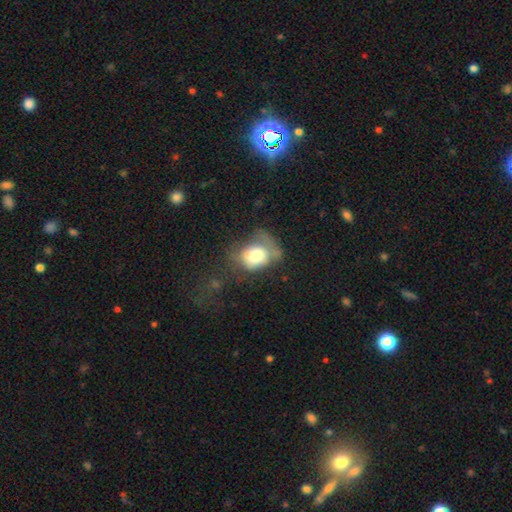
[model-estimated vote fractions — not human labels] smooth-or-featured: smooth: 66% | featured or disk: 26% | star or artifact: 9%
  how-rounded: in between: 57% | round: 42% | cigar-shaped: 1%
  merging: major disturbance: 39% | minor disturbance: 28% | none: 24% | merger: 9%